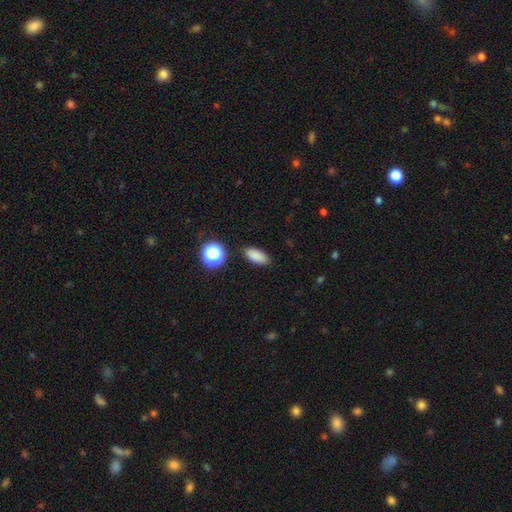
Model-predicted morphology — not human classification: type=smooth (84%); roundness=in between (84%); merging=none (87%).